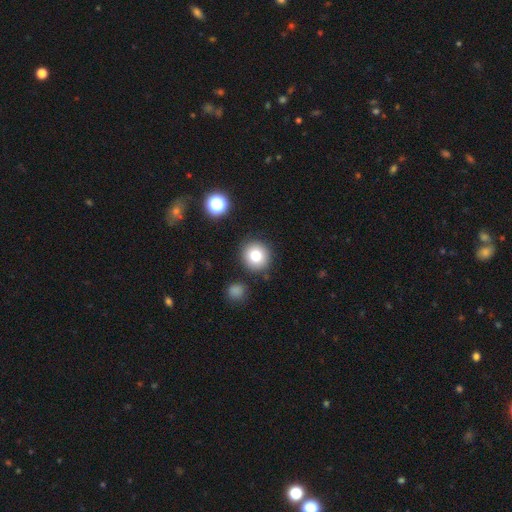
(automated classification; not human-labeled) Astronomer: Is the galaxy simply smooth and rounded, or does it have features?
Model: smooth — 78%.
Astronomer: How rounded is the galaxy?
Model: round — 92%.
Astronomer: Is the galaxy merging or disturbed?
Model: none — 87%.